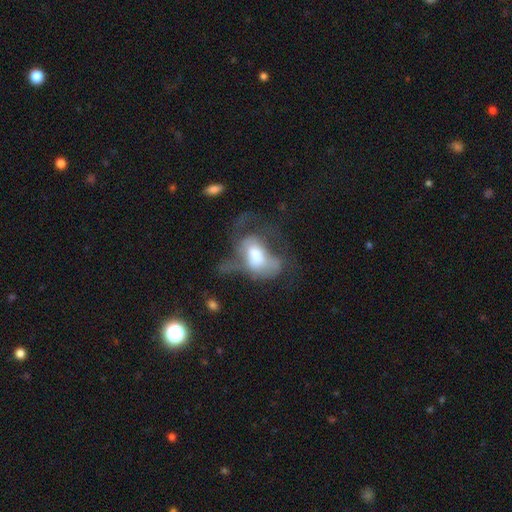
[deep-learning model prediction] The model was most divided on "smooth or featured": featured or disk: 47%, smooth: 44%, star or artifact: 8%. More confident: merging — major disturbance (59%).